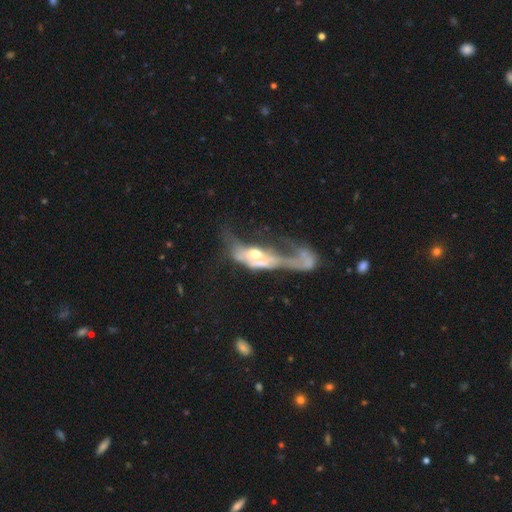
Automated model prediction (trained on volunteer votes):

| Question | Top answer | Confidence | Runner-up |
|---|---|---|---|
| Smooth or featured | featured or disk | 59% | smooth (32%) |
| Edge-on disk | no | 82% | yes (18%) |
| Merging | major disturbance | 44% | merger (42%) |